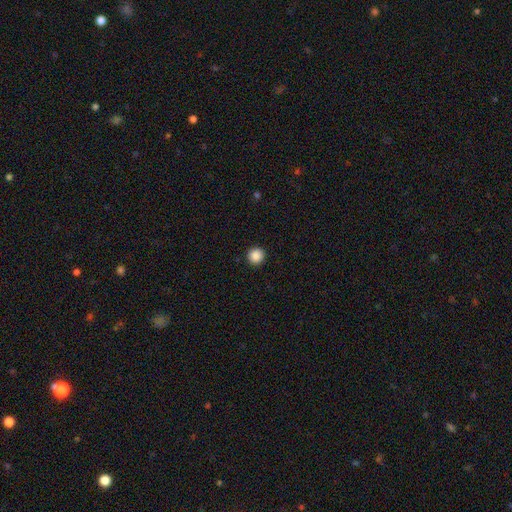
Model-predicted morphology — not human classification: This is clearly a smooth galaxy (88%). How rounded: clearly round (95%). Merging: clearly none (93%).